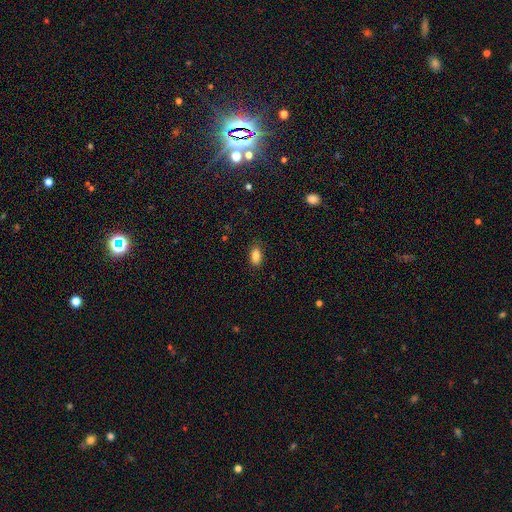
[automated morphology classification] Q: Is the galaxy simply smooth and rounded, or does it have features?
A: smooth — 87%.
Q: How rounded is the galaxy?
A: in between — 91%.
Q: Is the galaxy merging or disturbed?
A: none — 85%.